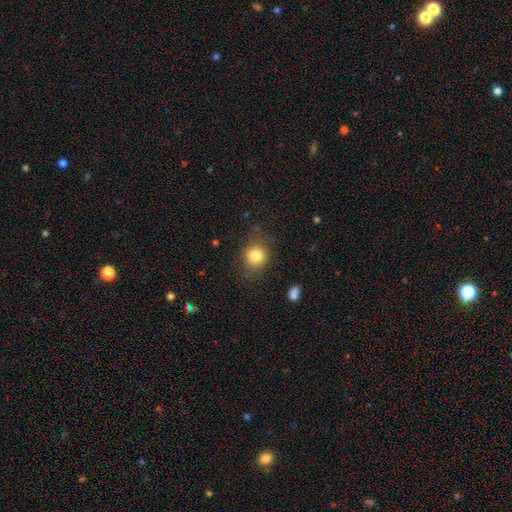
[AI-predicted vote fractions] A smooth galaxy with no disk features (82%) that is round (77%). Merging: none (80%).